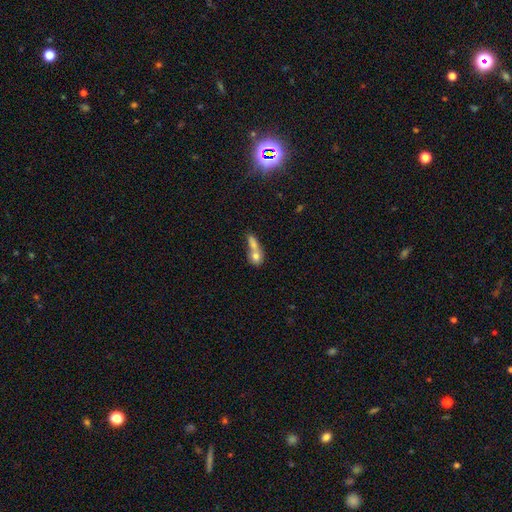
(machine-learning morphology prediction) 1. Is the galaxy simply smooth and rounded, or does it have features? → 71% smooth, 21% featured or disk, 9% star or artifact.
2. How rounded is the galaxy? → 46% round (tied), 46% in between (tied), 8% cigar-shaped.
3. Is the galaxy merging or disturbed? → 70% merger, 18% none, 7% minor disturbance, 6% major disturbance.